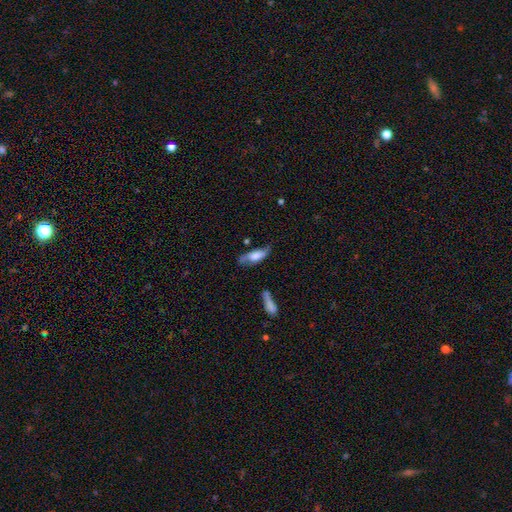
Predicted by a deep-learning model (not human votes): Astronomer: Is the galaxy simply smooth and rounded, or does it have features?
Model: smooth — 52% (runner-up: featured or disk, 41%).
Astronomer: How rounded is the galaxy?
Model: in between — 68%.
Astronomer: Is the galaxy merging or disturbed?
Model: none — 53% (runner-up: minor disturbance, 29%).